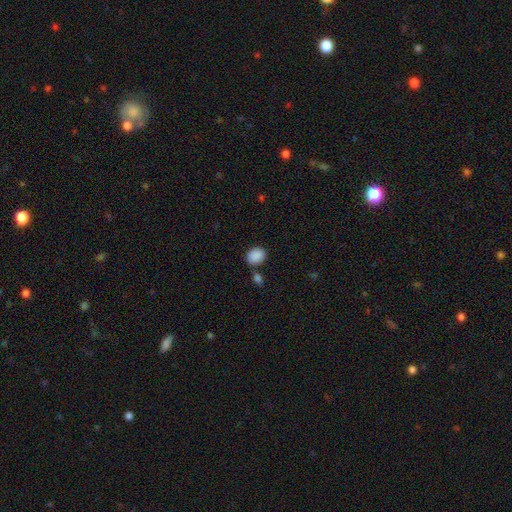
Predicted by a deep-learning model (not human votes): Smooth or featured? Predicted: smooth (p=0.89). How rounded? Predicted: in between (p=0.52). Merging? Predicted: none (p=0.73).